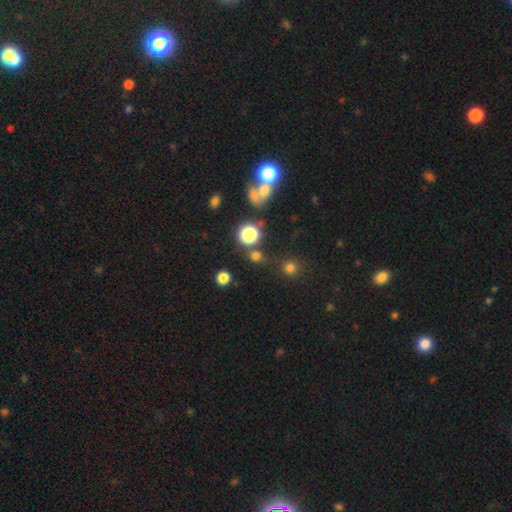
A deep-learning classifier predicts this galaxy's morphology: Q: Smooth or featured?
A: smooth (60%); runner-up: star or artifact (32%)
Q: How rounded?
A: round (83%); runner-up: in between (15%)
Q: Merging?
A: none (71%); runner-up: merger (13%)